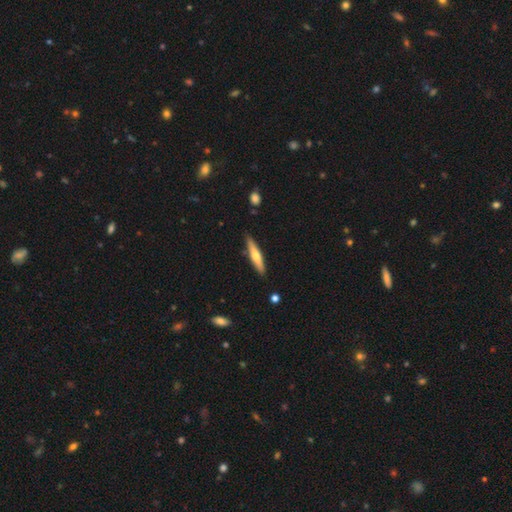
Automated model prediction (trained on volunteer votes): smooth 52%, featured or disk 43%, star or artifact 5%. Down the decision tree: how rounded — cigar-shaped (87%); merging — none (86%).